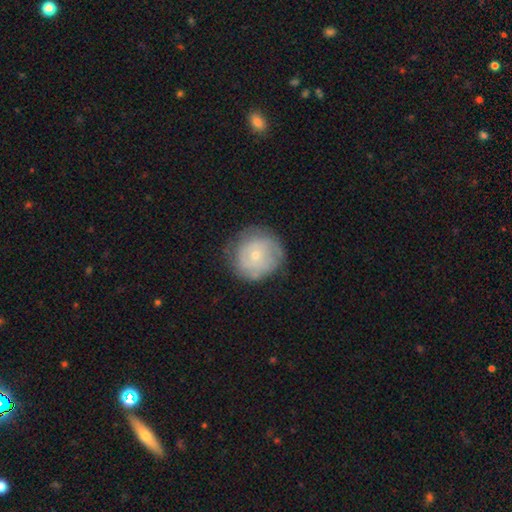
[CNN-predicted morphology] Smooth or featured? featured or disk (48%)
Merging? none (73%)